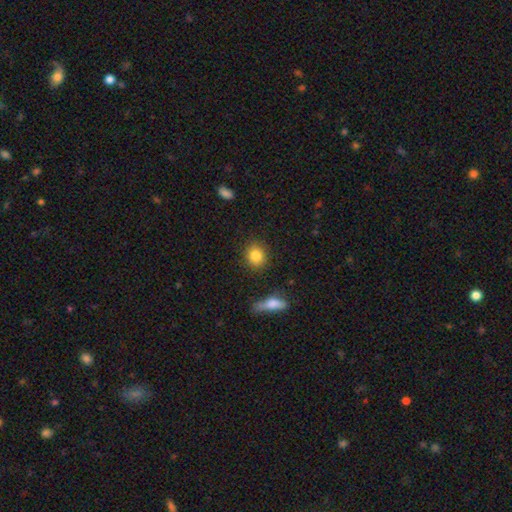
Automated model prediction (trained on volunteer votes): smooth_or_featured: smooth (p=0.85) [alt: star or artifact p=0.08]
how_rounded: round (p=0.75) [alt: in between p=0.23]
merging: none (p=0.87) [alt: minor disturbance p=0.08]